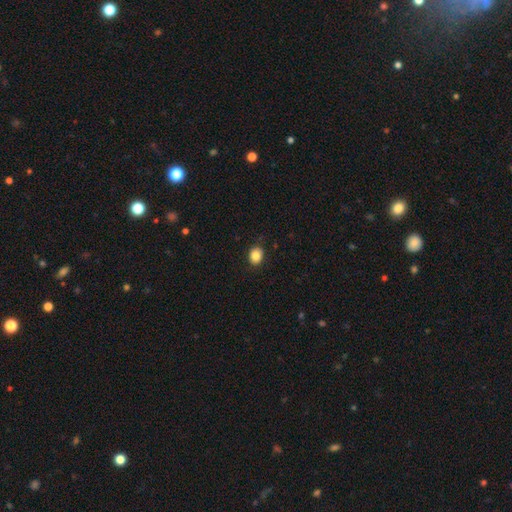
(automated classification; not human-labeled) Smooth or featured? smooth (85%)
How rounded? round (54%)
Merging? none (85%)